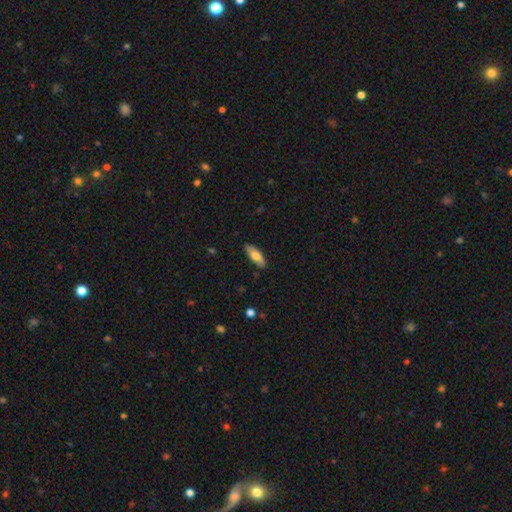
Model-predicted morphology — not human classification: A smooth galaxy with no disk features (76%) that is in between round and cigar-shaped (70%). Merging: none (87%).